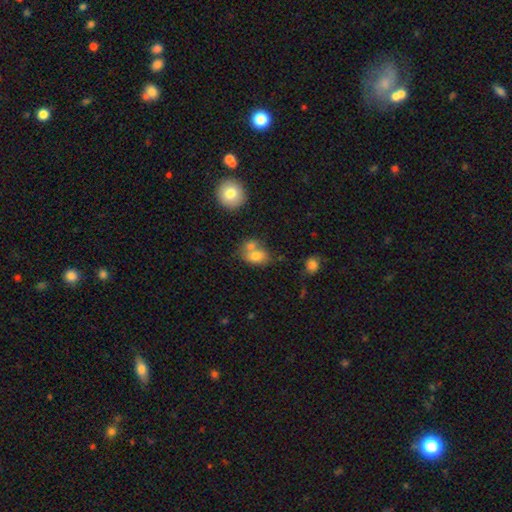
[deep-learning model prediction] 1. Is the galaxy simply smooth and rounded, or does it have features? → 74% smooth, 16% featured or disk, 10% star or artifact.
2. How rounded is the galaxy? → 69% in between, 29% round, 1% cigar-shaped.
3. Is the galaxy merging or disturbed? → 46% merger, 37% none, 12% minor disturbance, 5% major disturbance.